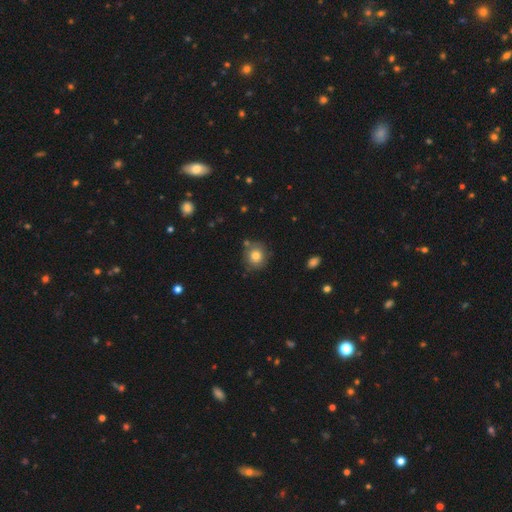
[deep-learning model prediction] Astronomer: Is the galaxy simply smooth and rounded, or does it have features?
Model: smooth — 78%.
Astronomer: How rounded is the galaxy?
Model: round — 87%.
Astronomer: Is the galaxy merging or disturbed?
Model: none — 78%.